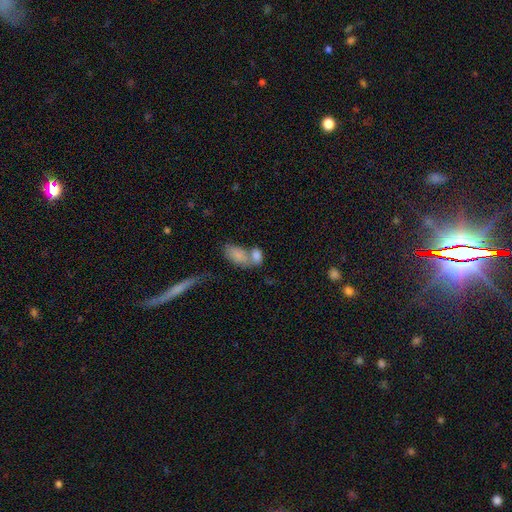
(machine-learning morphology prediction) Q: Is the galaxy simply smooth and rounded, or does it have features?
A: smooth — 79%.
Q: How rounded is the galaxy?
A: in between — 89%.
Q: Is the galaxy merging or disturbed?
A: merger — 59%.